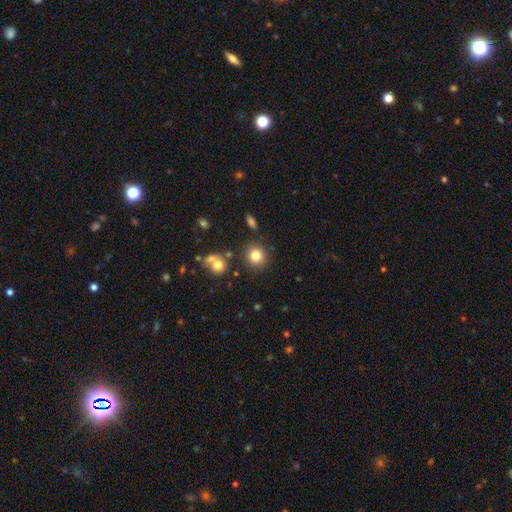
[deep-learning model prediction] Smooth or featured: smooth — 81% (star or artifact — 11%)
How rounded: round — 88% (in between — 11%)
Merging: none — 84% (minor disturbance — 8%)